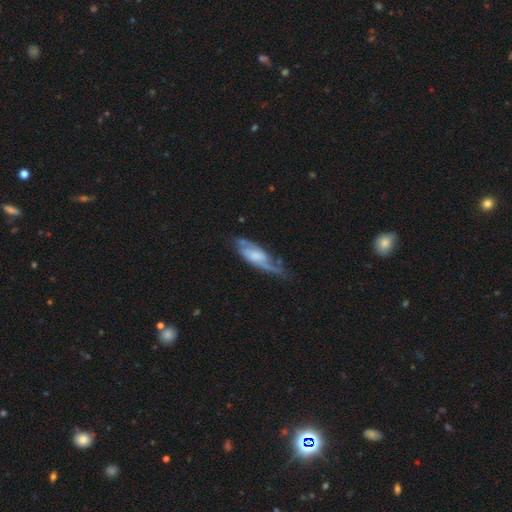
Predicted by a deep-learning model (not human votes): Morphology: type=featured or disk (75%); edge-on=no (83%); bar=no (50%); spiral arms=yes (91%); winding=medium (47%); arm count=2 (70%); bulge=moderate (36%); merging=none (56%).